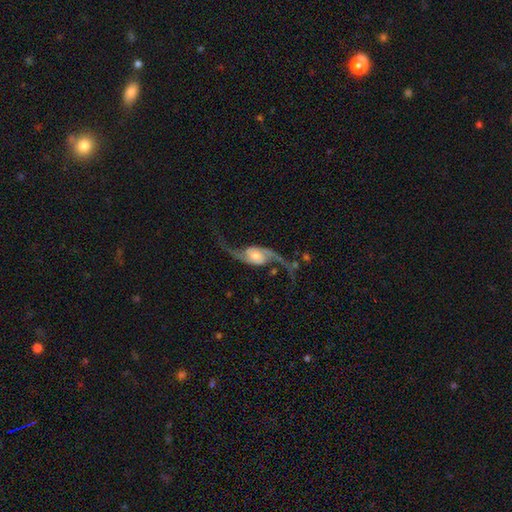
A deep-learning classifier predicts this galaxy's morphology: Q: Smooth or featured?
A: featured or disk (90%); runner-up: smooth (5%)
Q: Edge-on disk?
A: no (95%); runner-up: yes (5%)
Q: Bar?
A: no (56%); runner-up: weak (31%)
Q: Spiral arms?
A: yes (97%); runner-up: no (3%)
Q: Spiral winding?
A: loose (90%); runner-up: medium (8%)
Q: Spiral arm count?
A: 2 (94%); runner-up: 1 (2%)
Q: Bulge size?
A: moderate (43%); runner-up: small (31%)
Q: Merging?
A: none (67%); runner-up: minor disturbance (14%)